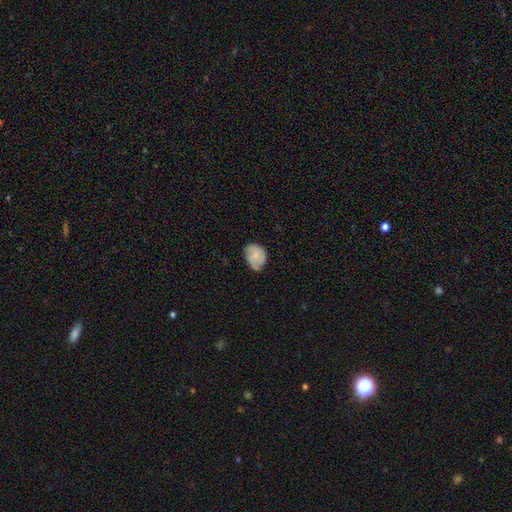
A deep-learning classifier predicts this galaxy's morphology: smooth_or_featured: smooth (p=0.64) [alt: featured or disk p=0.29]
how_rounded: in between (p=0.65) [alt: round p=0.35]
merging: none (p=0.54) [alt: minor disturbance p=0.37]